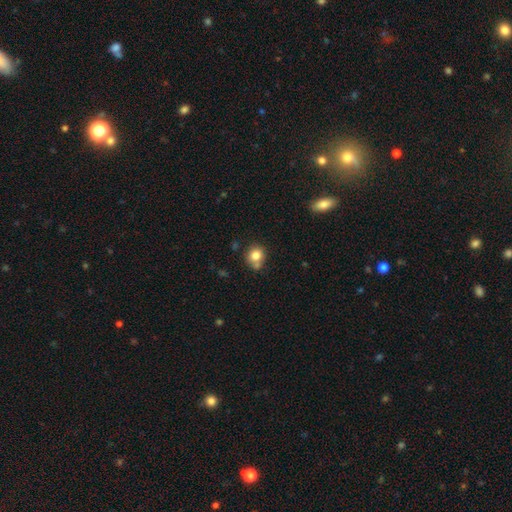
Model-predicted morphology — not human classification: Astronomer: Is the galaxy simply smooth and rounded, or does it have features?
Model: smooth — 80%.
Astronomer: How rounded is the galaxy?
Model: round — 81%.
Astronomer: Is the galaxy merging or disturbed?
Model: none — 63%.